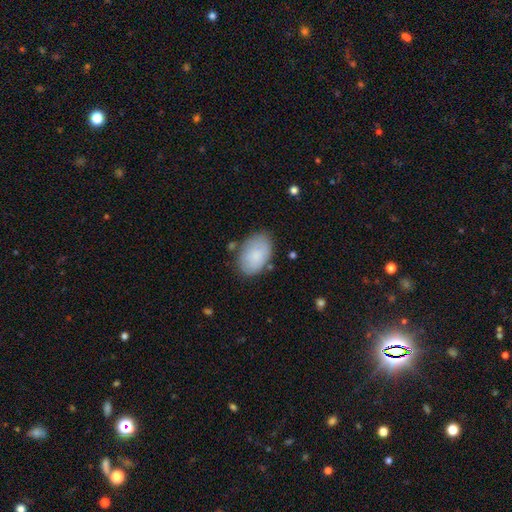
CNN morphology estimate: The model was most divided on "merging": none: 75%, minor disturbance: 17%, major disturbance: 5%, merger: 3%. More confident: how rounded — in between (90%); smooth or featured — smooth (83%).